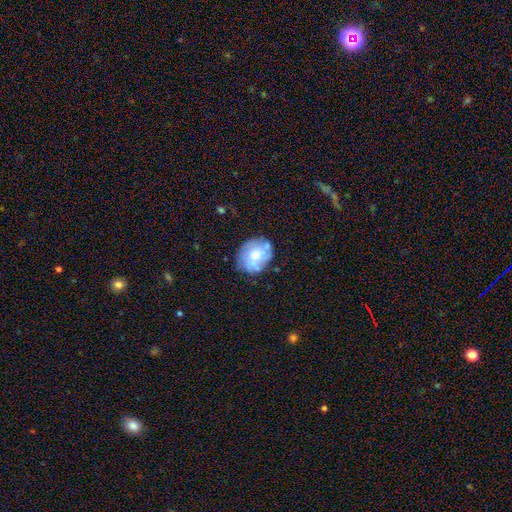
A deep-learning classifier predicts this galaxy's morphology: Q: Smooth or featured?
A: smooth (48%); runner-up: featured or disk (44%)
Q: Merging?
A: none (65%); runner-up: minor disturbance (21%)